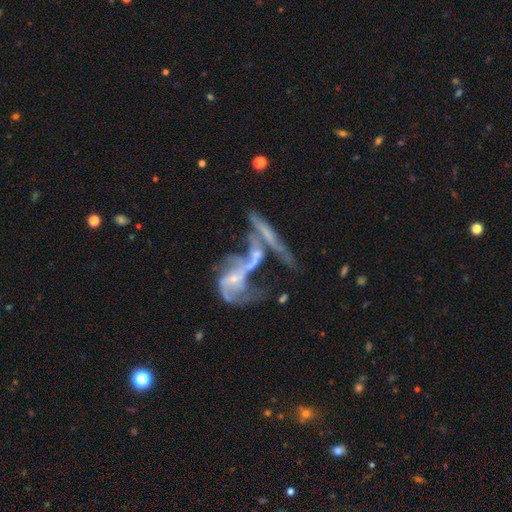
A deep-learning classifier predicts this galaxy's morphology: smooth_or_featured: featured or disk (p=0.67) [alt: smooth p=0.20]
disk_edge_on: no (p=0.87) [alt: yes p=0.13]
bar: no (p=0.71) [alt: weak p=0.19]
has_spiral_arms: no (p=0.51) [alt: yes p=0.49]
bulge_size: small (p=0.43) [alt: none p=0.31]
merging: merger (p=0.63) [alt: major disturbance p=0.17]